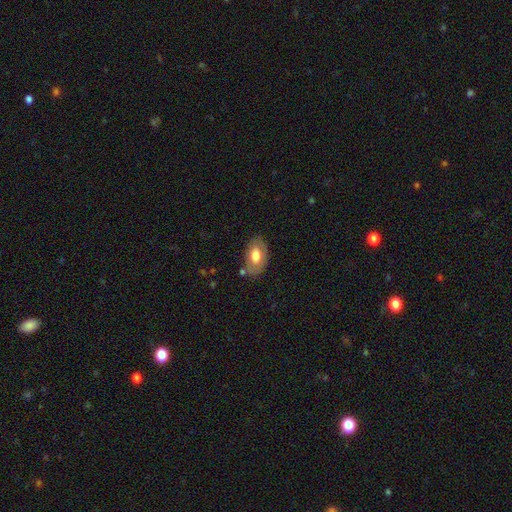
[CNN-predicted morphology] Smooth or featured?
  - smooth: 67% *
  - featured or disk: 27%
  - star or artifact: 6%
How rounded?
  - in between: 92% *
  - round: 7%
  - cigar-shaped: 1%
Merging?
  - none: 72% *
  - minor disturbance: 18%
  - merger: 5%
  - major disturbance: 5%